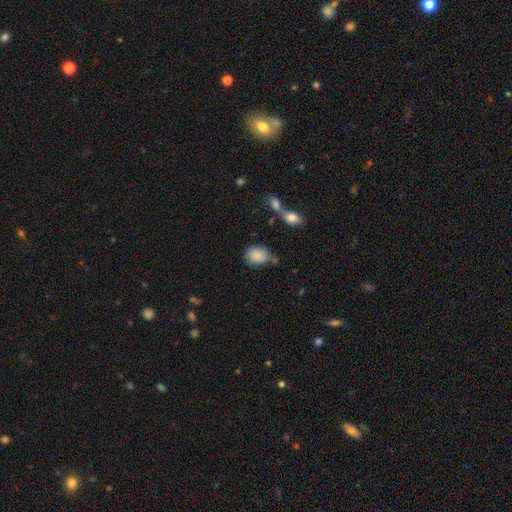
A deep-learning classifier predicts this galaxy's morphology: type=smooth (87%); roundness=in between (56%); merging=none (60%).